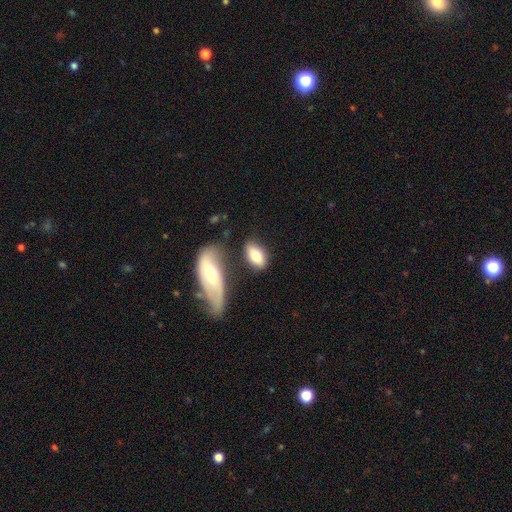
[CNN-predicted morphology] type=smooth (77%); roundness=in between (87%); merging=none (67%).